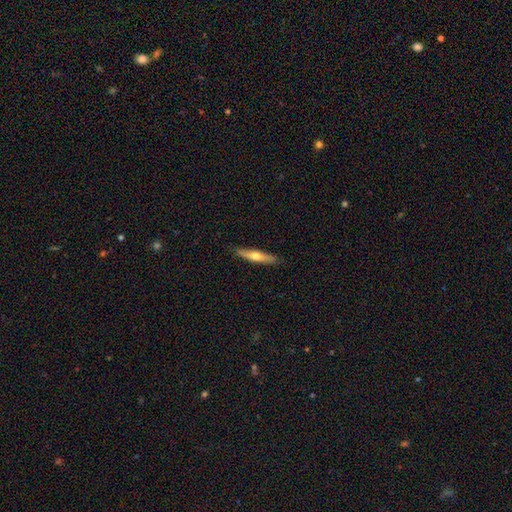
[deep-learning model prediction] Overall: featured or disk (51%; smooth 44%). Edge-on disk: yes (91%). Merging: none (88%).